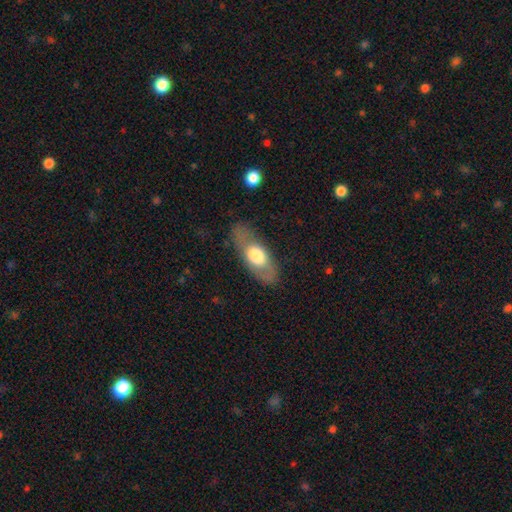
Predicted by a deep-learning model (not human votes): Overall: smooth (56%; featured or disk 38%). How rounded: in between (80%). Merging: none (75%).